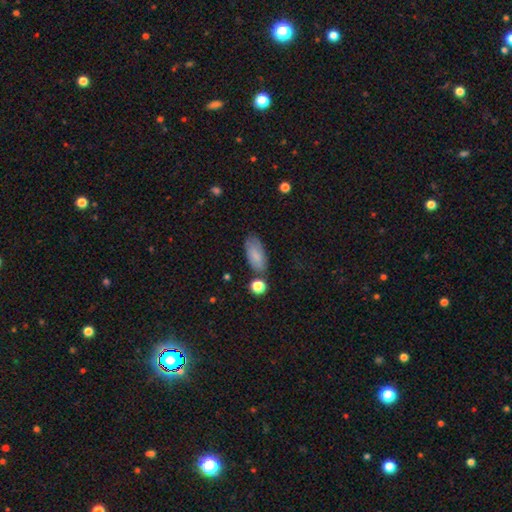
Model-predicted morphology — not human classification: type=smooth (77%); roundness=in between (89%); merging=none (71%).